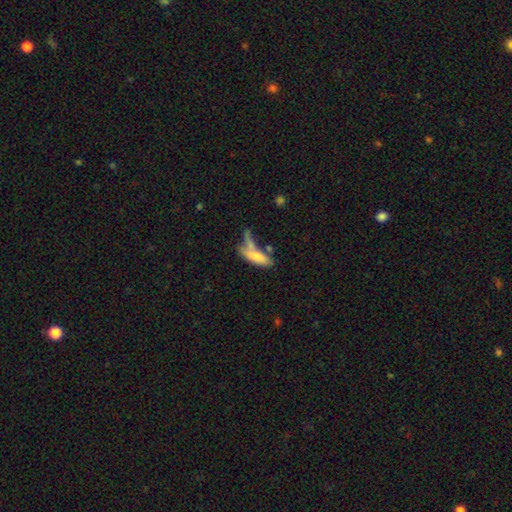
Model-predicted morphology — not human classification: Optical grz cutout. It shows a smooth galaxy with no disk features (73%) that is in between round and cigar-shaped (55%). Merging: none (35%).